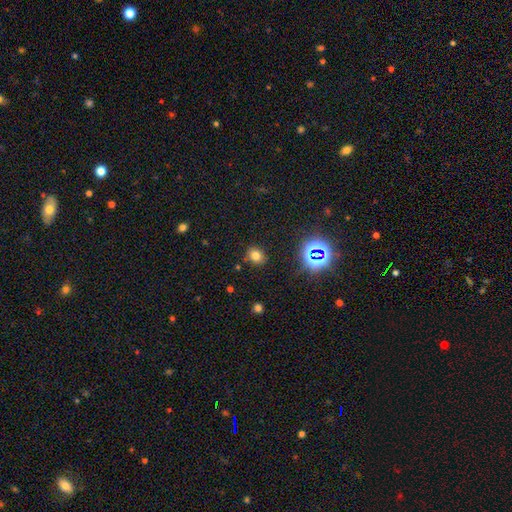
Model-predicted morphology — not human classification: A smooth galaxy with no disk features (71%) that is round (60%). Merging: none (84%).